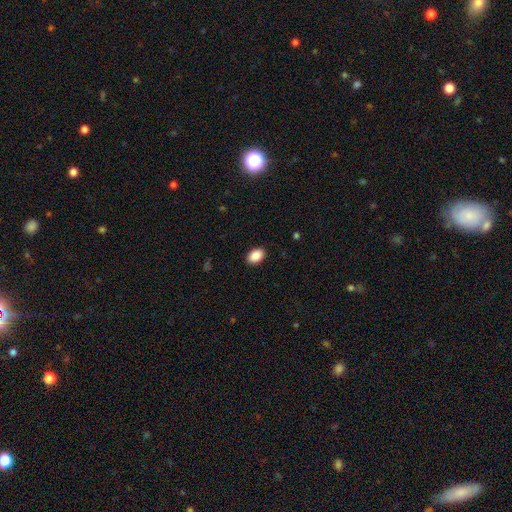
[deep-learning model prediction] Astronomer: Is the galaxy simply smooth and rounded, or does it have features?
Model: smooth — 90%.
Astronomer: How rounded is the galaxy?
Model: in between — 85%.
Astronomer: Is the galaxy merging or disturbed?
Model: none — 90%.